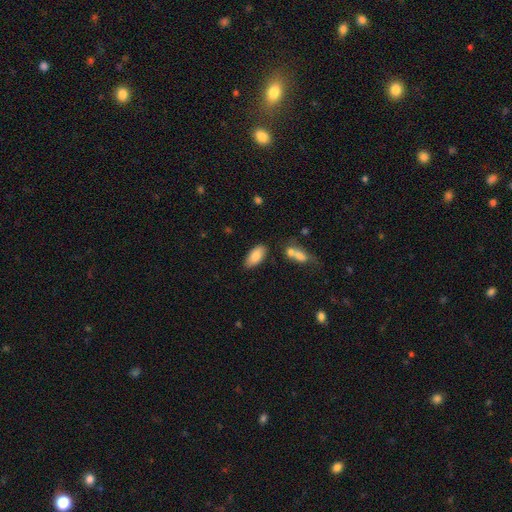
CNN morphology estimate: This is clearly a smooth galaxy (85%). How rounded: clearly in between (90%). Merging: likely none (78%).